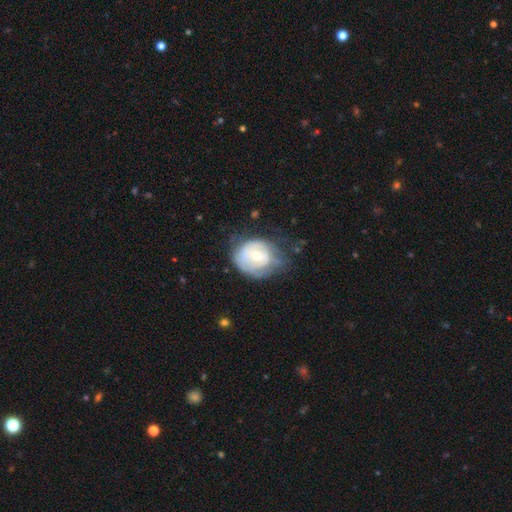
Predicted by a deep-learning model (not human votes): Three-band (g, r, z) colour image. It shows a featured or disk galaxy (52%) with no bar (75%), spiral arms (53%) and a moderate central bulge (49%). Merging: none (44%).